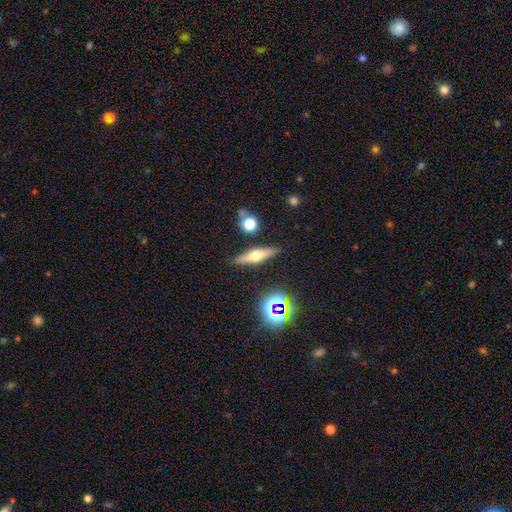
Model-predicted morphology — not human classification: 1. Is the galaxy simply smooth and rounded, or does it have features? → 53% featured or disk, 36% smooth, 10% star or artifact.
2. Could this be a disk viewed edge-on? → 92% yes, 8% no.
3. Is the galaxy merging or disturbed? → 86% none, 9% minor disturbance, 3% merger, 2% major disturbance.